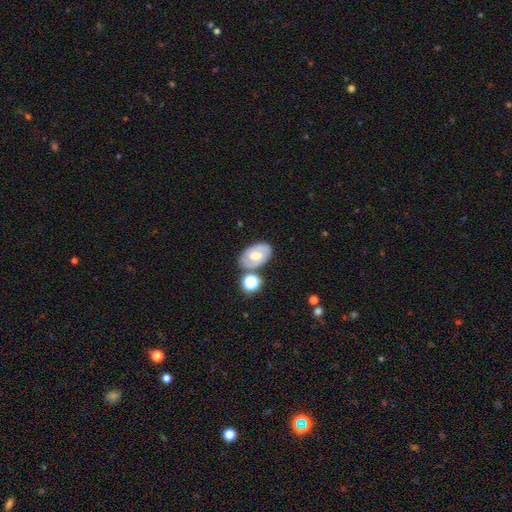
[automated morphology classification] The model was most divided on "spiral arms": no: 51%, yes: 49%. More confident: edge-on disk — no (93%); merging — none (71%); bulge size — moderate (68%); smooth or featured — featured or disk (56%); bar — no (50%).